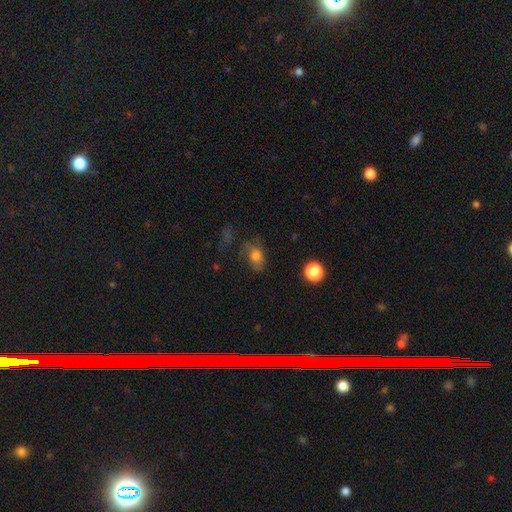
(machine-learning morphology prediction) This appears to be a smooth galaxy with no disk features (72%) that is in between round and cigar-shaped (71%). Merging: none (44%).